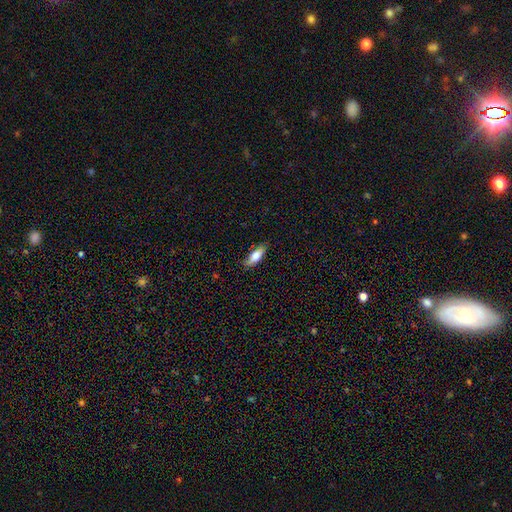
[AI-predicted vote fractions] Smooth or featured?
  - smooth: 74% *
  - featured or disk: 20%
  - star or artifact: 7%
How rounded?
  - in between: 75% *
  - cigar-shaped: 22%
  - round: 2%
Merging?
  - none: 78% *
  - minor disturbance: 18%
  - major disturbance: 3%
  - merger: 1%